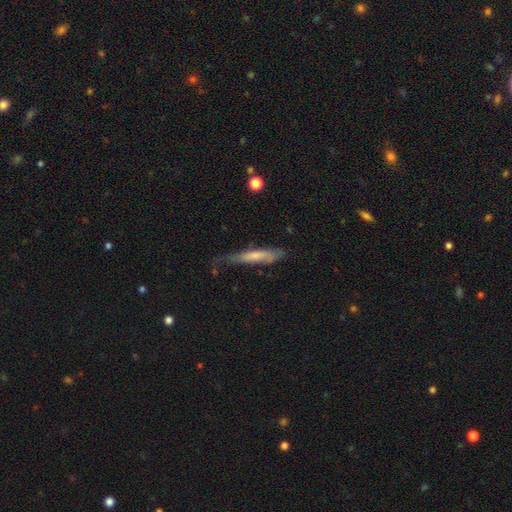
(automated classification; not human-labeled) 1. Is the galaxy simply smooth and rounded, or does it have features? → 57% smooth, 37% featured or disk, 6% star or artifact.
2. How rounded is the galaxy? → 88% cigar-shaped, 10% in between, 1% round.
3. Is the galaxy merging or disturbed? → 54% none, 31% minor disturbance, 12% major disturbance, 3% merger.